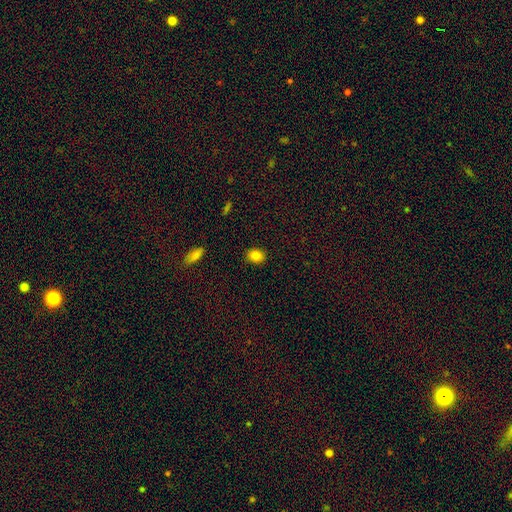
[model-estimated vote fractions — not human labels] A smooth galaxy with no disk features (84%) that is round (50%). Merging: none (89%).